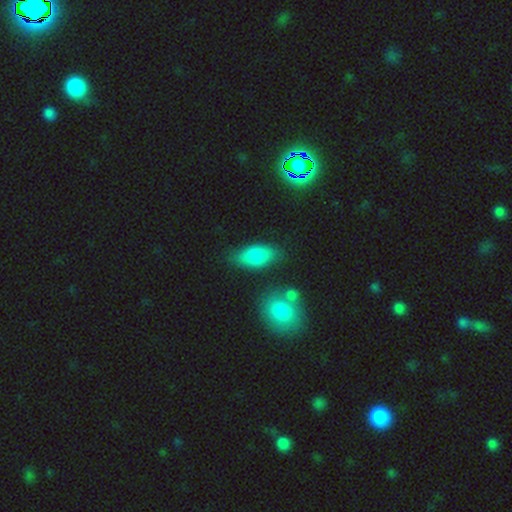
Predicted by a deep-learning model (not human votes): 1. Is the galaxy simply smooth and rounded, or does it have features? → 82% smooth, 11% featured or disk, 7% star or artifact.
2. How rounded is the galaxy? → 89% in between, 7% cigar-shaped, 5% round.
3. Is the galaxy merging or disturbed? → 72% none, 18% minor disturbance, 5% merger, 5% major disturbance.